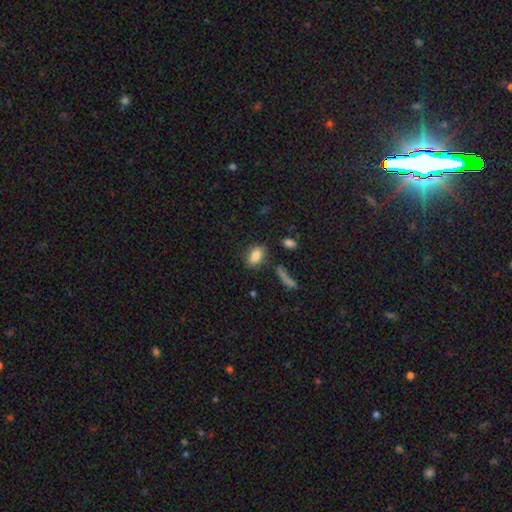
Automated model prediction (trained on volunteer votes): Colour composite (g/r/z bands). It shows a smooth galaxy with no disk features (83%) that is in between round and cigar-shaped (82%). Merging: none (77%).